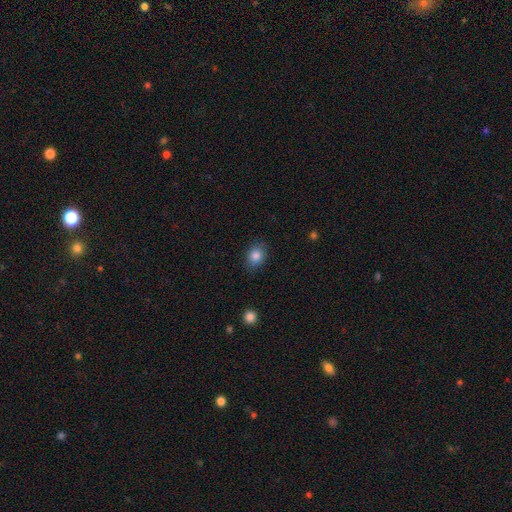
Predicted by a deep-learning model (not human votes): Smooth or featured: smooth — 84% (star or artifact — 9%)
How rounded: in between — 62% (round — 37%)
Merging: none — 83% (minor disturbance — 13%)